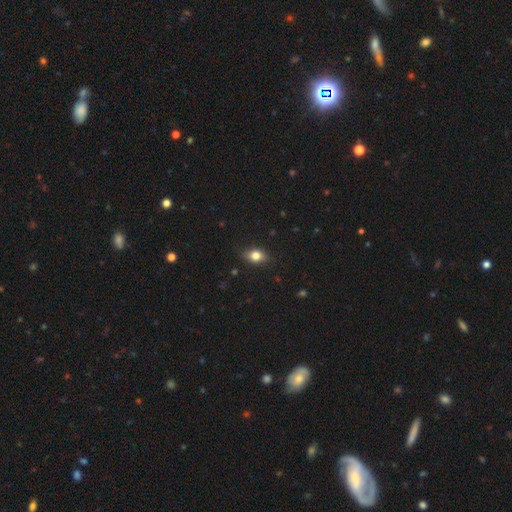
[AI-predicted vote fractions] Overall: smooth (79%). How rounded: in between (74%). Merging: none (84%).